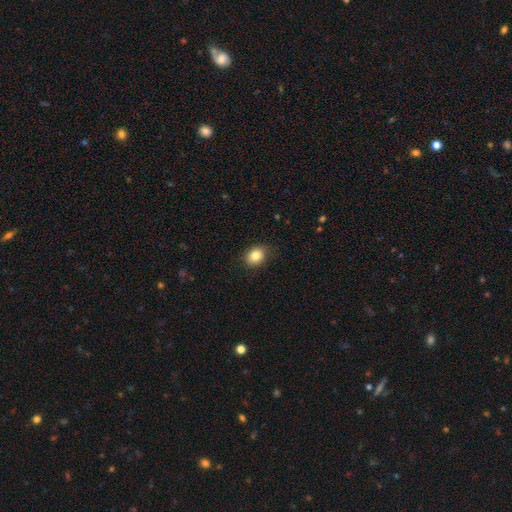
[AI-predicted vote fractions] smooth_or_featured: smooth (p=0.84) [alt: star or artifact p=0.10]
how_rounded: in between (p=0.54) [alt: round p=0.45]
merging: none (p=0.86) [alt: minor disturbance p=0.11]